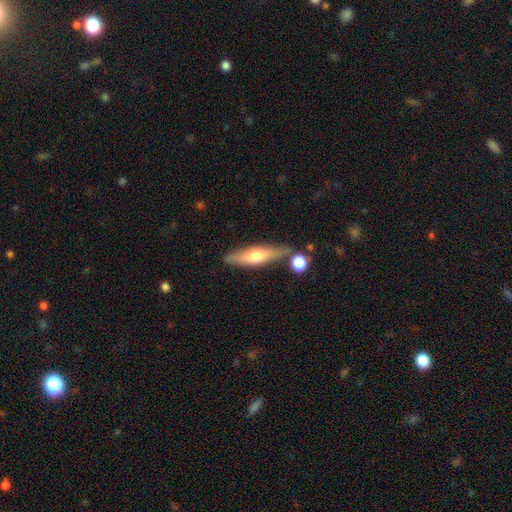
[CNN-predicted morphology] Smooth or featured? smooth (47%, tied with featured or disk)
Merging? none (72%)